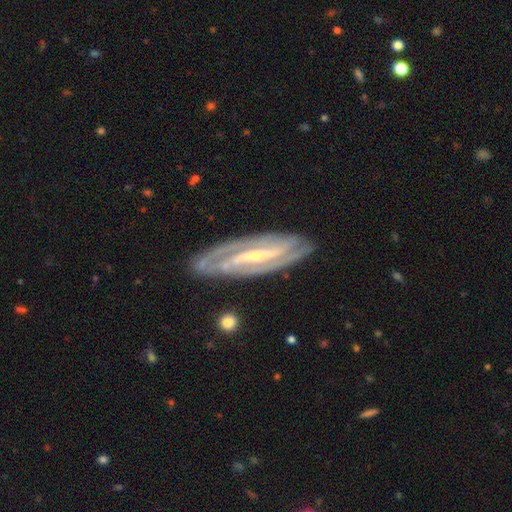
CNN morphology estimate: Smooth or featured? Predicted: featured or disk (p=0.89). Edge-on disk? Predicted: no (p=0.87). Bar? Predicted: strong (p=0.65). Spiral arms? Predicted: yes (p=0.96). Spiral winding? Predicted: tight (p=0.54). Spiral arm count? Predicted: 2 (p=0.71). Bulge size? Predicted: small (p=0.67). Merging? Predicted: none (p=0.84).